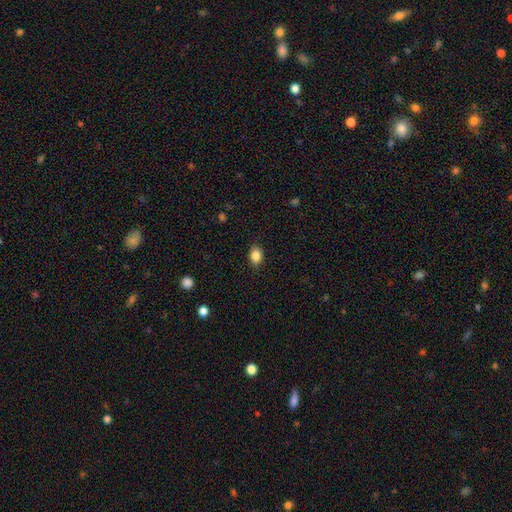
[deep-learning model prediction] Smooth or featured? Predicted: smooth (p=0.86). How rounded? Predicted: in between (p=0.74). Merging? Predicted: none (p=0.87).